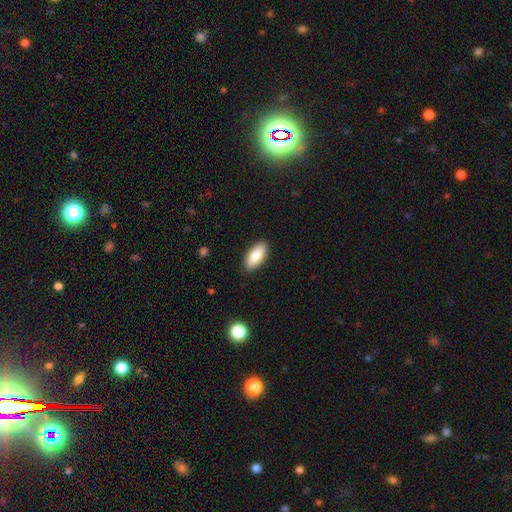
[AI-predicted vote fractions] Smooth or featured? smooth (84%)
How rounded? in between (89%)
Merging? none (89%)